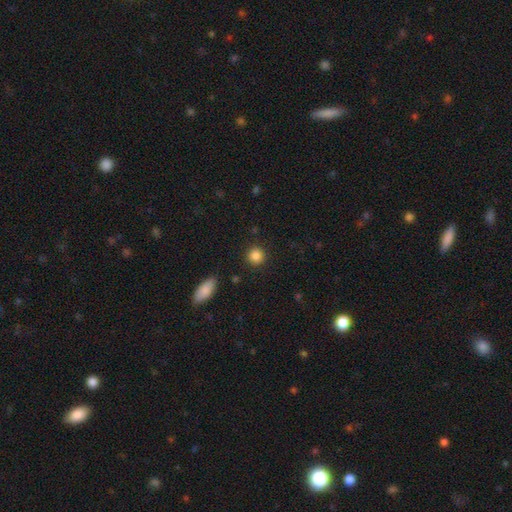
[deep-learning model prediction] Q: Smooth or featured?
A: smooth (86%); runner-up: star or artifact (10%)
Q: How rounded?
A: round (92%); runner-up: in between (7%)
Q: Merging?
A: none (90%); runner-up: minor disturbance (6%)